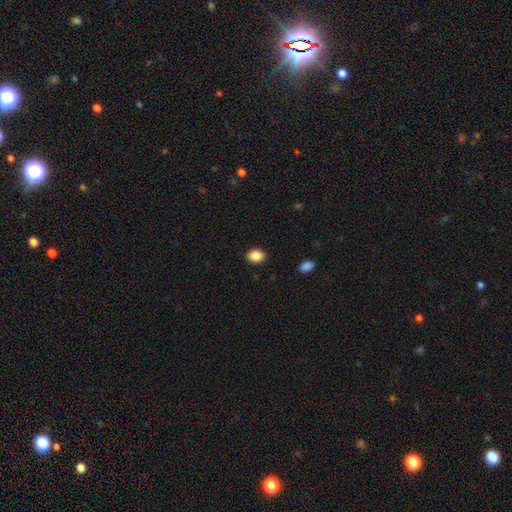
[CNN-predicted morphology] smooth_or_featured: smooth (p=0.88) [alt: star or artifact p=0.08]
how_rounded: in between (p=0.65) [alt: round p=0.34]
merging: none (p=0.90) [alt: minor disturbance p=0.07]